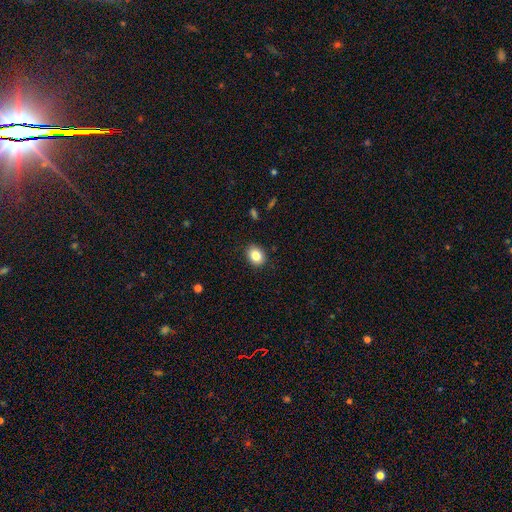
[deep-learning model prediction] This is clearly a smooth galaxy (84%). How rounded: possibly in between (54%). Merging: clearly none (89%).